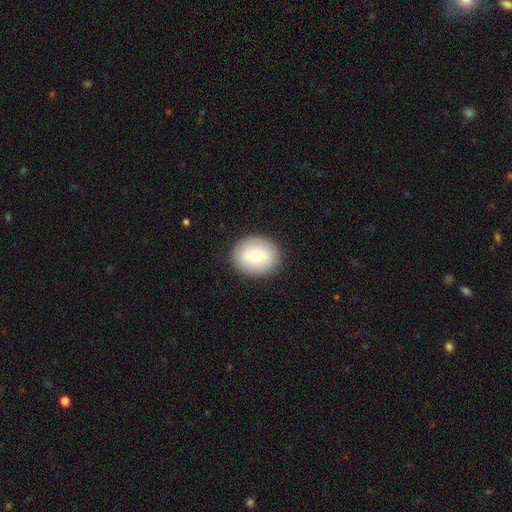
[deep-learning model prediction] Smooth or featured? smooth (69%)
How rounded? round (62%)
Merging? none (89%)